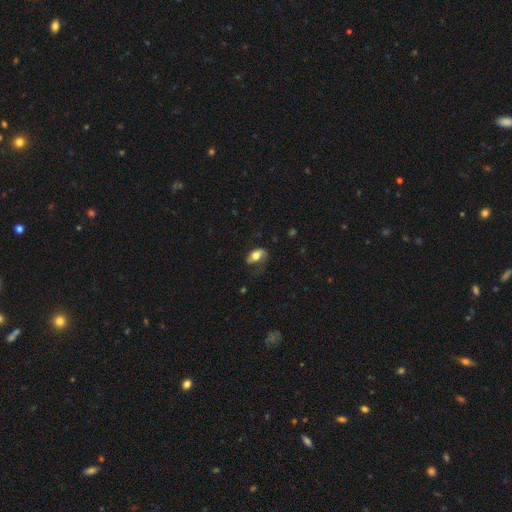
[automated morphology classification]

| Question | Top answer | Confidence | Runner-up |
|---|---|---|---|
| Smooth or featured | smooth | 67% | featured or disk (26%) |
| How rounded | in between | 89% | round (6%) |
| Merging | none | 55% | minor disturbance (27%) |